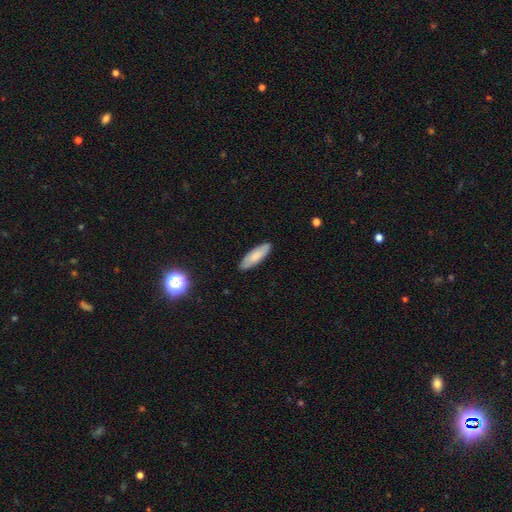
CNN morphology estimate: smooth 78%, featured or disk 16%, star or artifact 6%. Down the decision tree: how rounded — in between (50%); merging — none (88%).